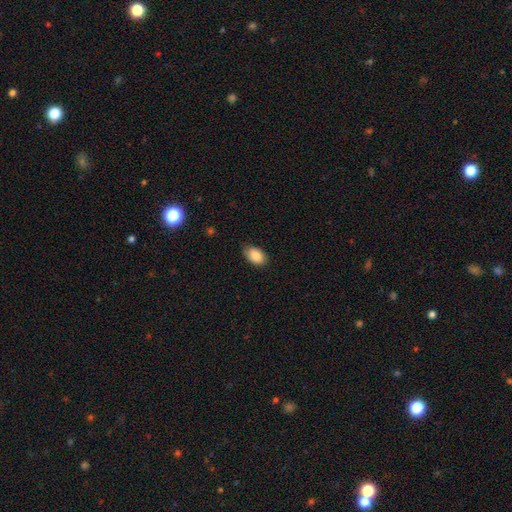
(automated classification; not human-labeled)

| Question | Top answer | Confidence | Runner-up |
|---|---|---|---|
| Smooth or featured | smooth | 87% | star or artifact (7%) |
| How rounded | in between | 90% | round (8%) |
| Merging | none | 76% | minor disturbance (20%) |